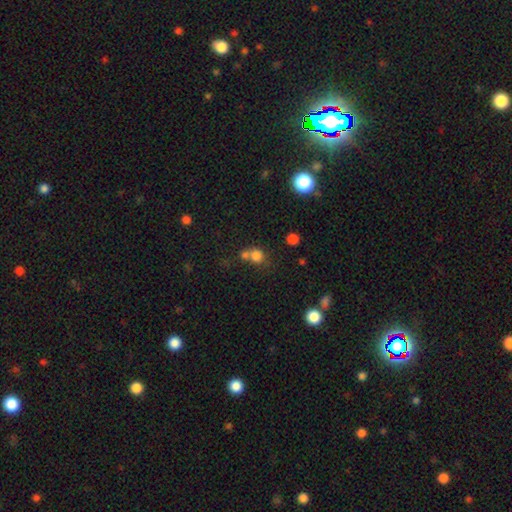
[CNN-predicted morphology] This appears to be a smooth galaxy with no disk features (77%) that is round (82%). Merging: merger (44%).